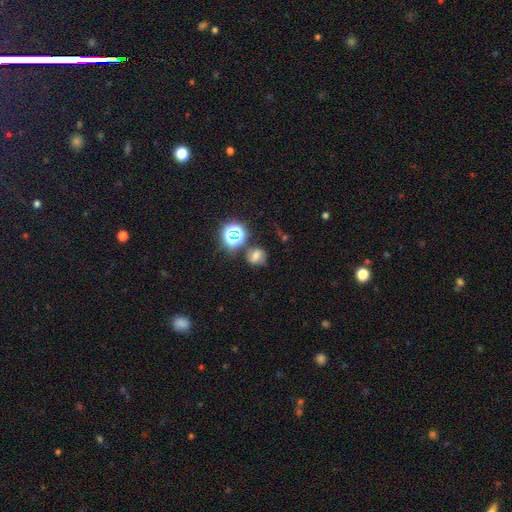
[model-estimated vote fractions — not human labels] A smooth galaxy with no disk features (57%) that is round (70%).

Vote fractions:
- Smooth or featured? smooth: 57% / star or artifact: 25% / featured or disk: 18%
- How rounded? round: 70% / in between: 29% / cigar-shaped: 1%
- Merging? none: 66% / minor disturbance: 17% / merger: 9% / major disturbance: 7%